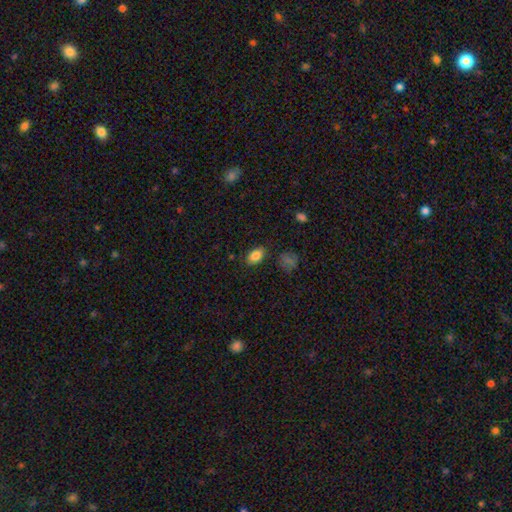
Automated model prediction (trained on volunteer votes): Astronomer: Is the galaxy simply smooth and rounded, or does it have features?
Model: smooth — 84%.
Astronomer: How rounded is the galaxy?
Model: in between — 89%.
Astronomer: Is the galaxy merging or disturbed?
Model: none — 84%.